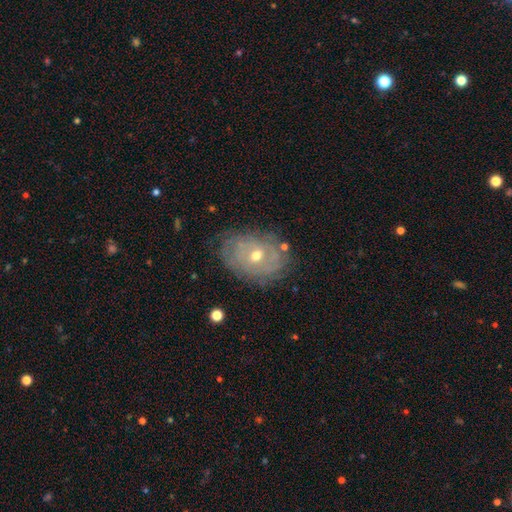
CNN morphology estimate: This is likely a featured or disk galaxy (73%). It is clearly not viewed edge-on (95%). Bar: likely no (76%). Spiral arm pattern: likely yes (76%). Spiral arm count: possibly can't tell (57%). Spiral winding: likely tight (77%). Central bulge: possibly moderate (56%). Merging: likely none (75%).